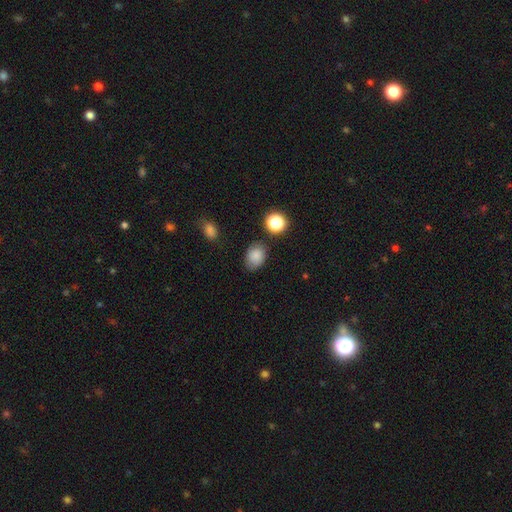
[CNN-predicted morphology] Smooth or featured: smooth — 82% (star or artifact — 11%)
How rounded: in between — 68% (round — 31%)
Merging: none — 73% (minor disturbance — 19%)